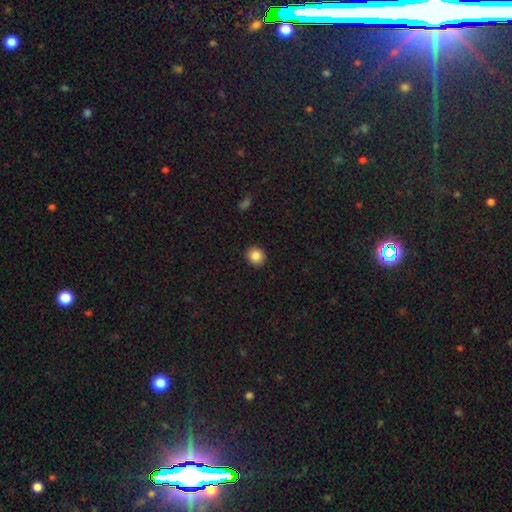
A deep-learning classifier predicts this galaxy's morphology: A smooth galaxy with no disk features (86%) that is round (87%). Merging: none (92%).